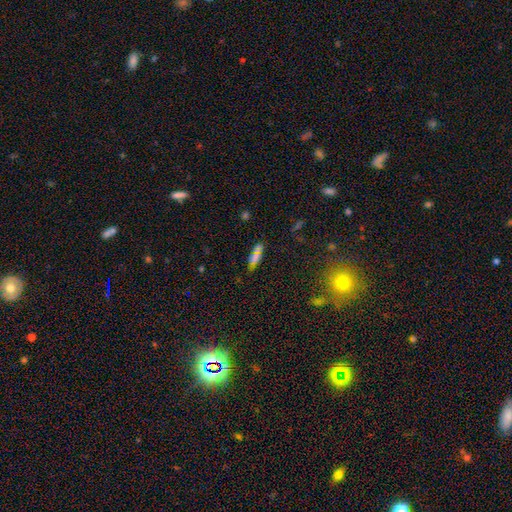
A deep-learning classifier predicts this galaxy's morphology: smooth 59%, star or artifact 26%, featured or disk 15%. Down the decision tree: how rounded — in between (63%); merging — none (73%).